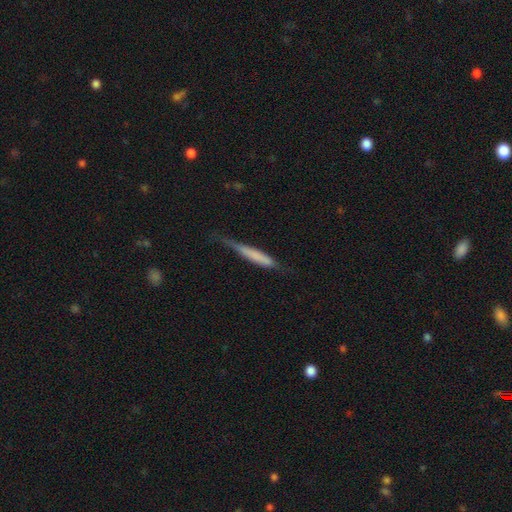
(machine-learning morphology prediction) smooth 62%, featured or disk 32%, star or artifact 6%. Down the decision tree: how rounded — cigar-shaped (93%); merging — none (56%).